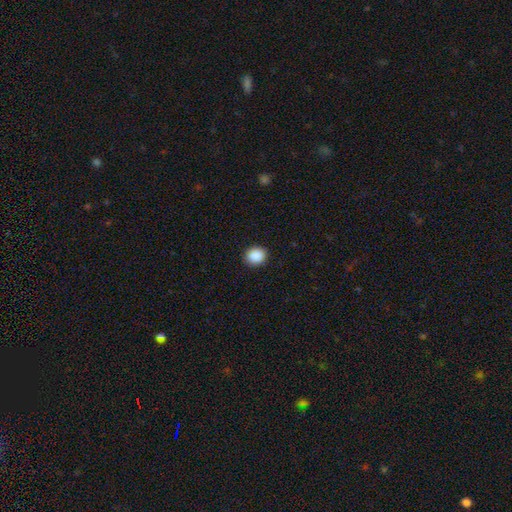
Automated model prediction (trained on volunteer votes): Q: Smooth or featured?
A: smooth (90%); runner-up: star or artifact (8%)
Q: How rounded?
A: round (71%); runner-up: in between (29%)
Q: Merging?
A: none (91%); runner-up: minor disturbance (6%)